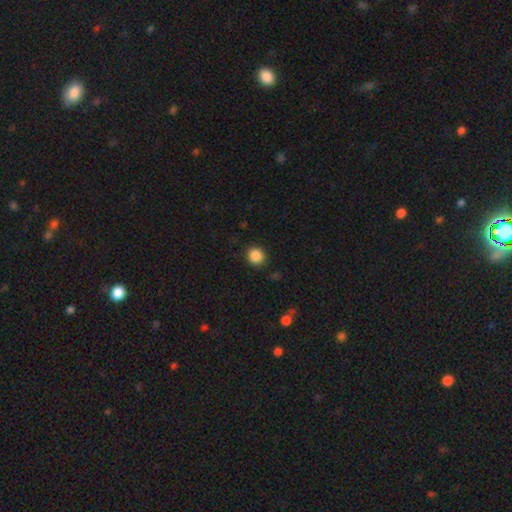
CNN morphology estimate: Smooth or featured? smooth (88%)
How rounded? round (85%)
Merging? none (89%)